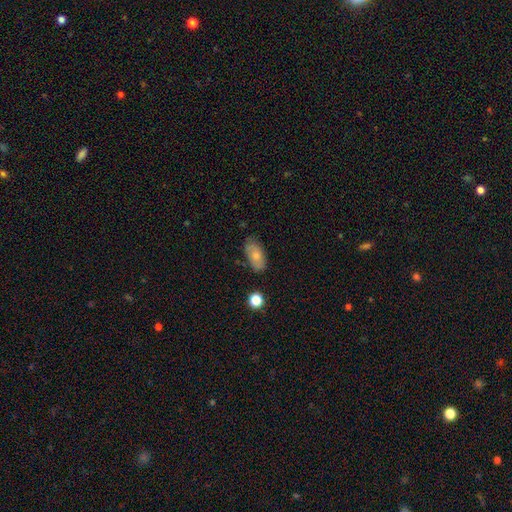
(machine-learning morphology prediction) Smooth or featured: smooth — 72% (featured or disk — 20%)
How rounded: in between — 91% (round — 5%)
Merging: none — 74% (minor disturbance — 20%)